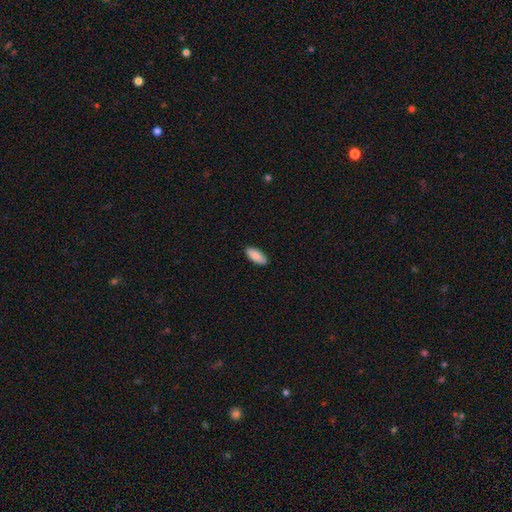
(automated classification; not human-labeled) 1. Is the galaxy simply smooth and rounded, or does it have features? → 87% smooth, 8% featured or disk, 6% star or artifact.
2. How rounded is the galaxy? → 86% in between, 13% cigar-shaped, 2% round.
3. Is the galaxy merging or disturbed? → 90% none, 8% minor disturbance, 2% major disturbance, 1% merger.